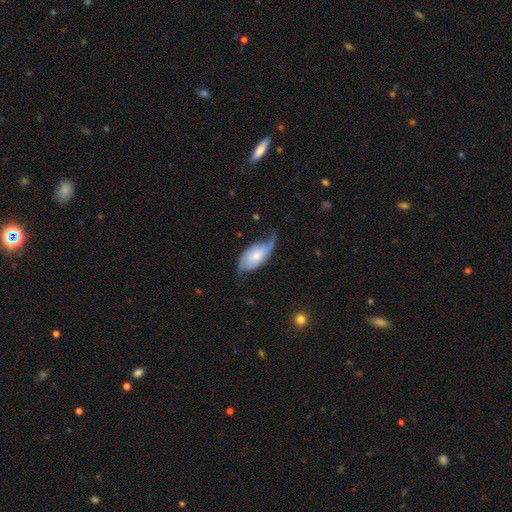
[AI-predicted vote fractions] featured or disk 50%, smooth 44%, star or artifact 6%. Down the decision tree: merging — none (38%, tied with minor disturbance).